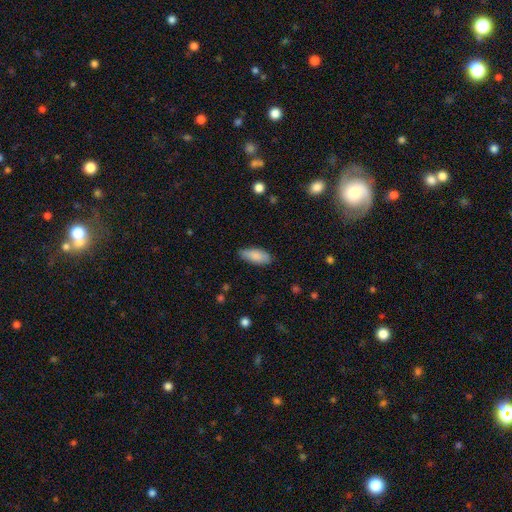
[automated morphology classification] The model was most divided on "how rounded": in between: 82%, cigar-shaped: 16%, round: 2%. More confident: smooth or featured — smooth (86%); merging — none (83%).